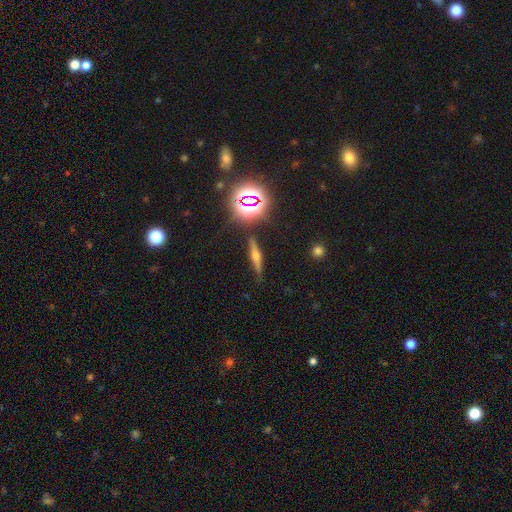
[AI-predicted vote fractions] Smooth or featured? featured or disk (49%)
Merging? none (85%)